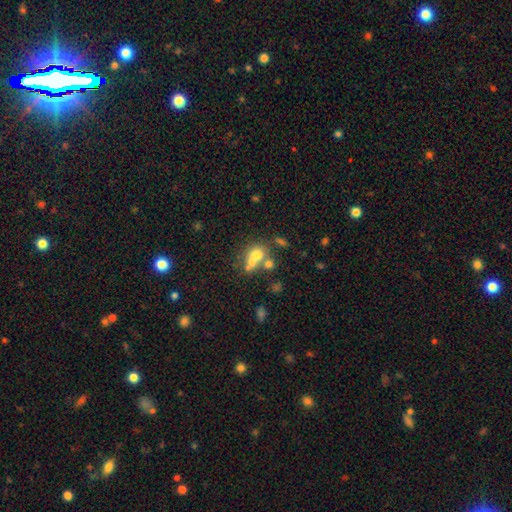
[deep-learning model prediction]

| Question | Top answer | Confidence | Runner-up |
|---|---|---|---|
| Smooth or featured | smooth | 62% | featured or disk (22%) |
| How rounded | round | 71% | in between (28%) |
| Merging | merger | 50% | none (35%) |